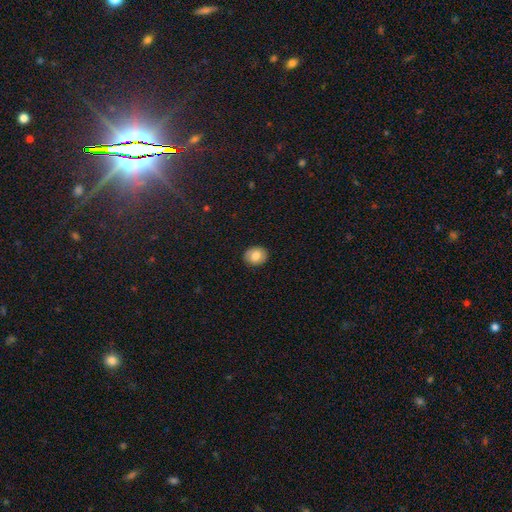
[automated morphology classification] This is likely a smooth galaxy (76%). How rounded: possibly round (58%). Merging: clearly none (89%).